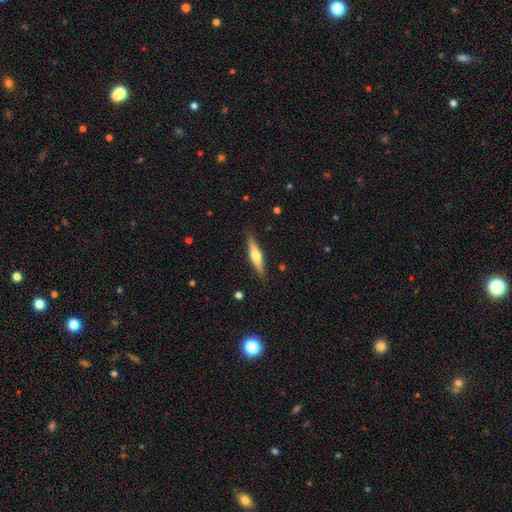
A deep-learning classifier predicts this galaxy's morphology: smooth-or-featured: featured or disk: 56% | smooth: 38% | star or artifact: 6%
  disk-edge-on: yes: 95% | no: 5%
    edge-on-bulge: rounded: 90% | boxy: 6% | none: 4%
  merging: none: 88% | minor disturbance: 9% | major disturbance: 2% | merger: 1%